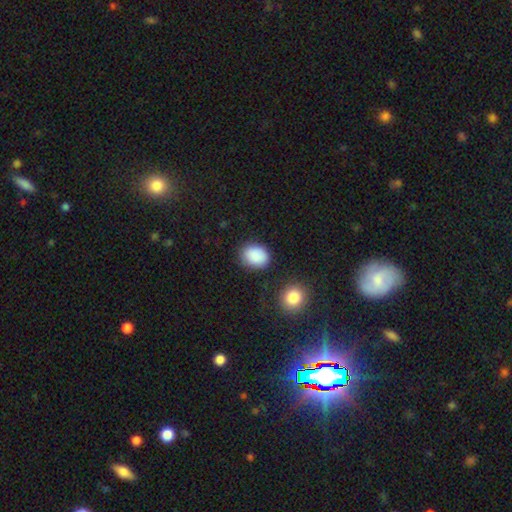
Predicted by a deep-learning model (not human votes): A smooth galaxy with no disk features (89%) that is in between round and cigar-shaped (56%).

Vote fractions:
- Smooth or featured? smooth: 89% / star or artifact: 7% / featured or disk: 4%
- How rounded? in between: 56% / round: 43% / cigar-shaped: 1%
- Merging? none: 78% / minor disturbance: 14% / merger: 4% / major disturbance: 4%